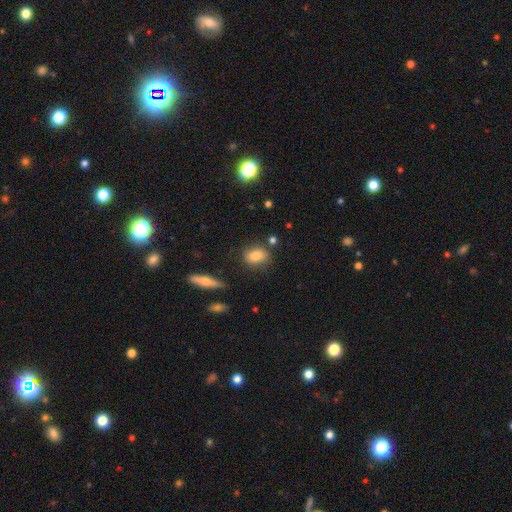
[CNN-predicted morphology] type=smooth (81%); roundness=in between (63%); merging=none (75%).